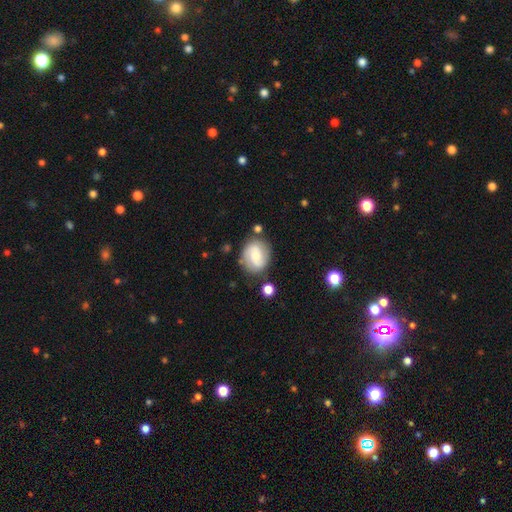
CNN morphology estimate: A featured or disk galaxy (52%).

Vote fractions:
- Smooth or featured? featured or disk: 52% / smooth: 41% / star or artifact: 7%
- Edge-on disk? no: 97% / yes: 3%
- Merging? none: 73% / minor disturbance: 16% / merger: 5% / major disturbance: 5%